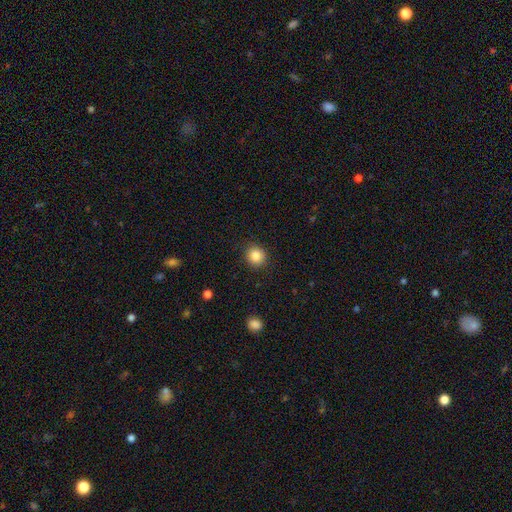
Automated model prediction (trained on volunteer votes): Smooth or featured: smooth — 86% (star or artifact — 10%)
How rounded: round — 86% (in between — 14%)
Merging: none — 89% (minor disturbance — 7%)